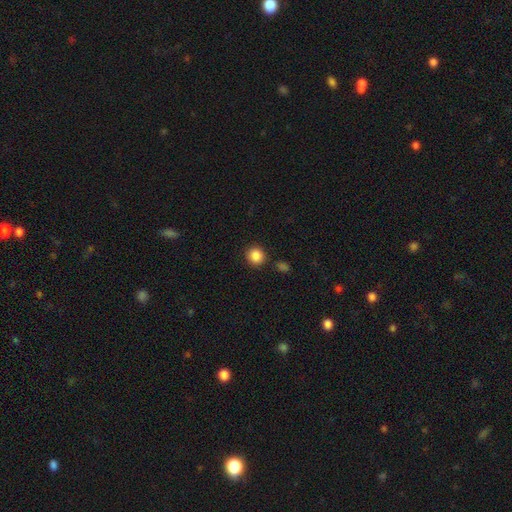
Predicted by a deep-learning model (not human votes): This appears to be a smooth galaxy with no disk features (87%) that is round (89%). Merging: none (87%).